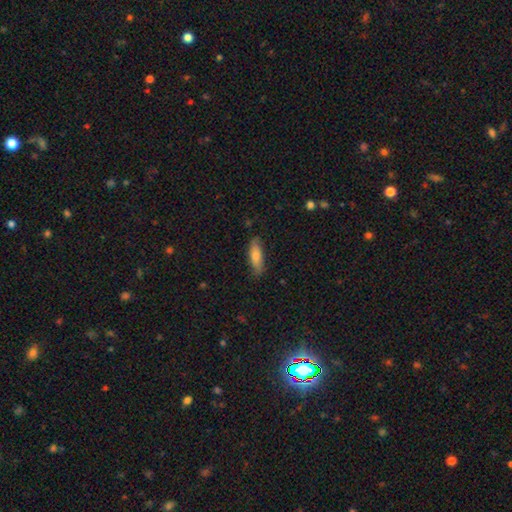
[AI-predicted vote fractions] smooth-or-featured: smooth: 71% | featured or disk: 22% | star or artifact: 7%
  how-rounded: in between: 50% | cigar-shaped: 48% | round: 2%
  merging: none: 80% | minor disturbance: 16% | major disturbance: 3% | merger: 1%